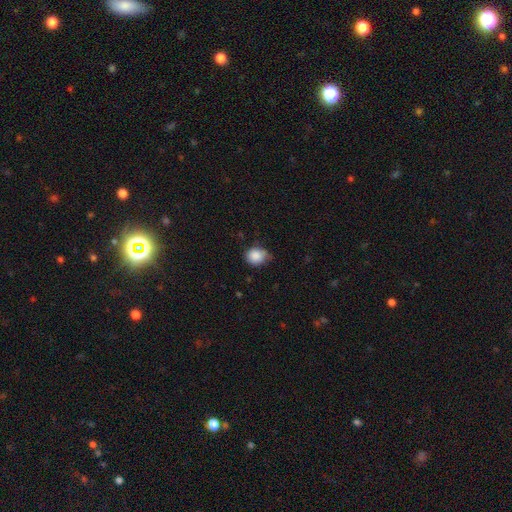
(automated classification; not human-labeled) smooth-or-featured: smooth: 86% | star or artifact: 9% | featured or disk: 5%
  how-rounded: round: 69% | in between: 30% | cigar-shaped: 1%
  merging: none: 56% | minor disturbance: 35% | major disturbance: 6% | merger: 3%